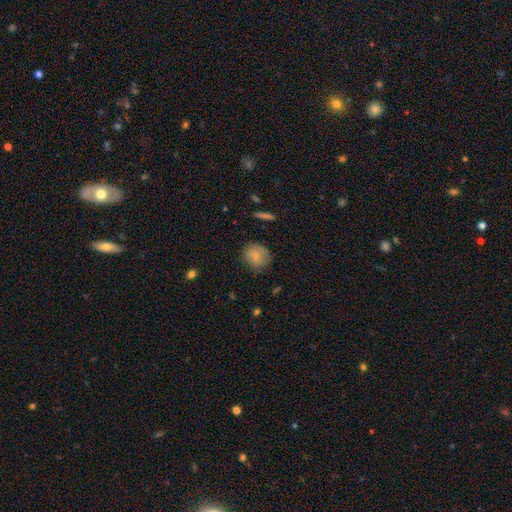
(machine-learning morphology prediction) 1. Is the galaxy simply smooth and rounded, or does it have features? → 78% smooth, 14% featured or disk, 8% star or artifact.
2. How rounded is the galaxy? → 81% round, 18% in between, 1% cigar-shaped.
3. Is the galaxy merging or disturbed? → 75% none, 19% minor disturbance, 5% major disturbance, 1% merger.